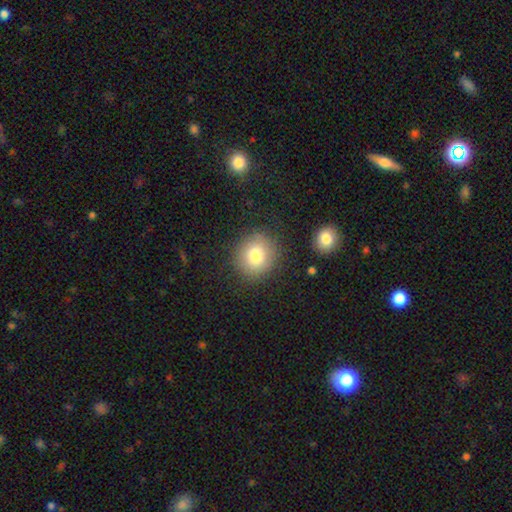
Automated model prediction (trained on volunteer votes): This is likely a smooth galaxy (78%). How rounded: clearly round (85%). Merging: clearly none (84%).